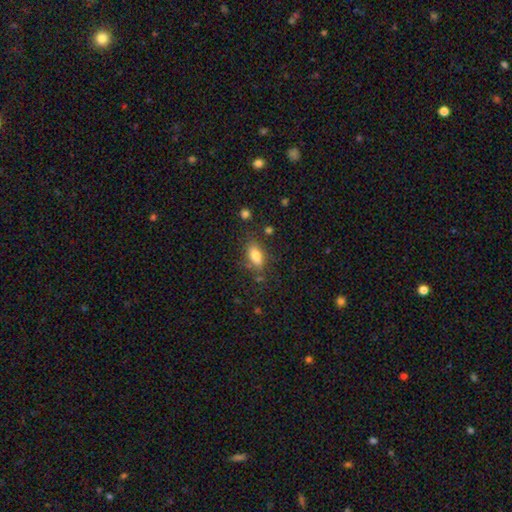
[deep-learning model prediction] A smooth galaxy with no disk features (79%) that is in between round and cigar-shaped (83%).

Vote fractions:
- Smooth or featured? smooth: 79% / featured or disk: 13% / star or artifact: 8%
- How rounded? in between: 83% / cigar-shaped: 13% / round: 4%
- Merging? none: 73% / minor disturbance: 17% / major disturbance: 5% / merger: 5%